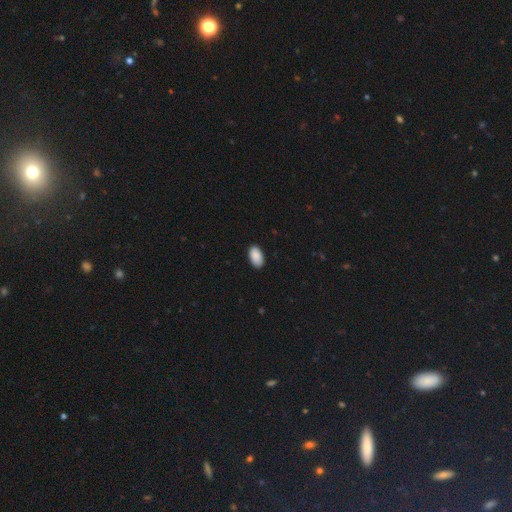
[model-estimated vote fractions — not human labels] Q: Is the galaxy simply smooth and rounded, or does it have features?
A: smooth — 90%.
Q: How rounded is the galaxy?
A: in between — 95%.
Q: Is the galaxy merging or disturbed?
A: none — 88%.